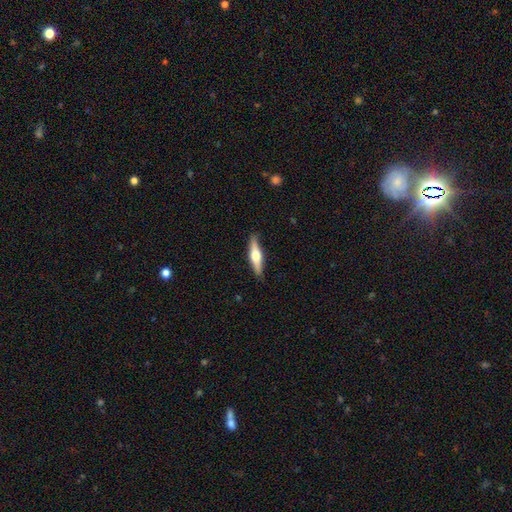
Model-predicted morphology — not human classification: A featured or disk galaxy (58%) viewed edge-on (95%) with a rounded central bulge (93%).

Vote fractions:
- Smooth or featured? featured or disk: 58% / smooth: 37% / star or artifact: 5%
- Edge-on disk? yes: 95% / no: 5%
- Edge-on bulge? rounded: 93% / boxy: 4% / none: 2%
- Merging? none: 87% / minor disturbance: 10% / major disturbance: 2% / merger: 1%